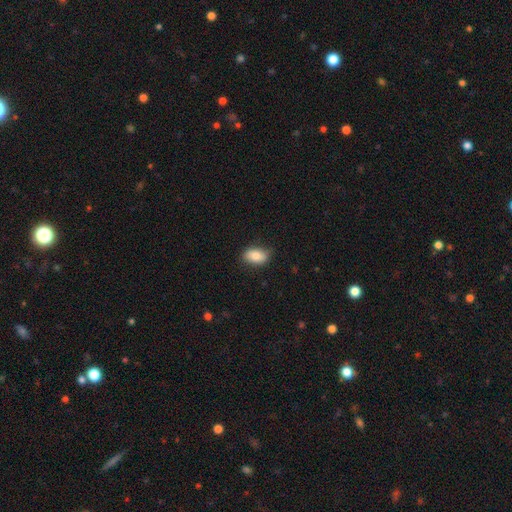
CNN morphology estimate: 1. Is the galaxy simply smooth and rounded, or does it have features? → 81% smooth, 12% featured or disk, 7% star or artifact.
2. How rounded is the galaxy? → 88% in between, 10% round, 2% cigar-shaped.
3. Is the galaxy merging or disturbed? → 80% none, 16% minor disturbance, 3% major disturbance, 1% merger.